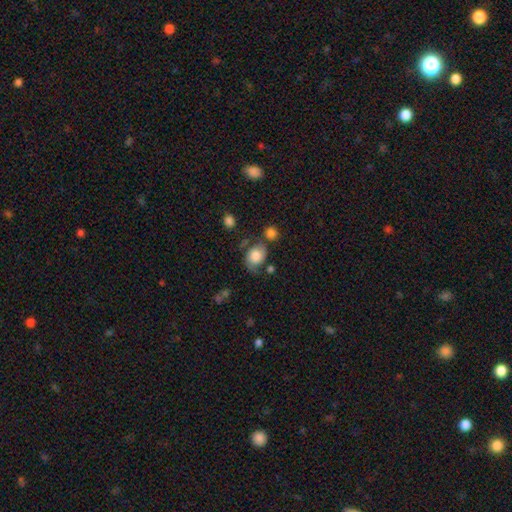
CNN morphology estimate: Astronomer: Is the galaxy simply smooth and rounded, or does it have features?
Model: smooth — 58% (runner-up: featured or disk, 33%).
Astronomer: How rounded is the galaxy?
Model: in between — 57% (runner-up: round, 42%).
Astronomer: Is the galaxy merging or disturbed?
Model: none — 47% (runner-up: minor disturbance, 27%).